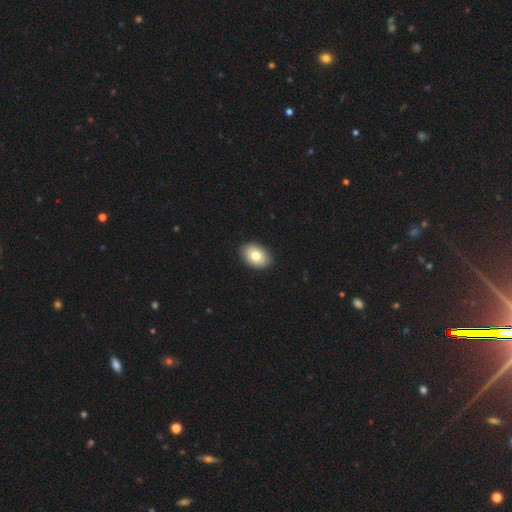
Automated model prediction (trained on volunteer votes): The model was most divided on "smooth or featured": smooth: 77%, featured or disk: 16%, star or artifact: 7%. More confident: merging — none (90%); how rounded — in between (82%).